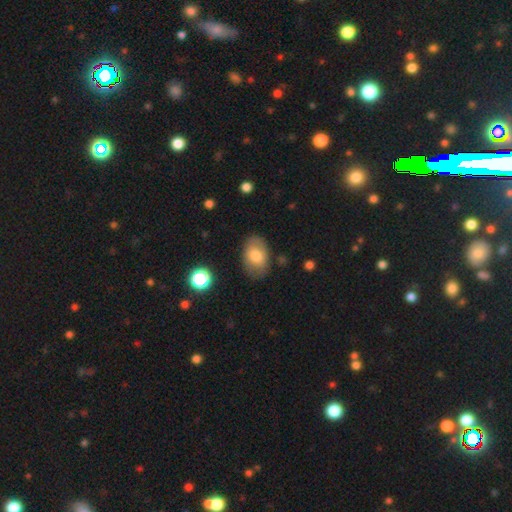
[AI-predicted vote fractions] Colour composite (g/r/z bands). It shows a smooth galaxy with no disk features (72%) that is in between round and cigar-shaped (85%). Merging: none (78%).